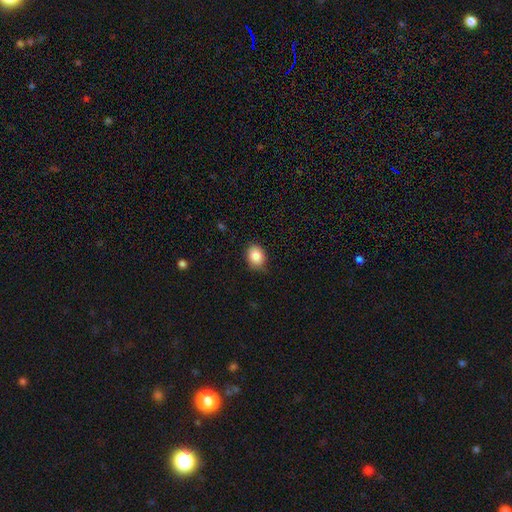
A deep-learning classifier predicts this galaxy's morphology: A smooth galaxy with no disk features (86%) that is in between round and cigar-shaped (58%). Merging: none (81%).